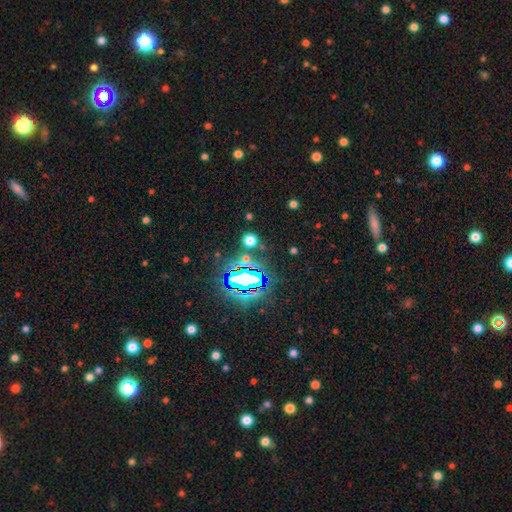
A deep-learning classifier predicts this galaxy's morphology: Smooth or featured? Predicted: star or artifact (p=0.81).